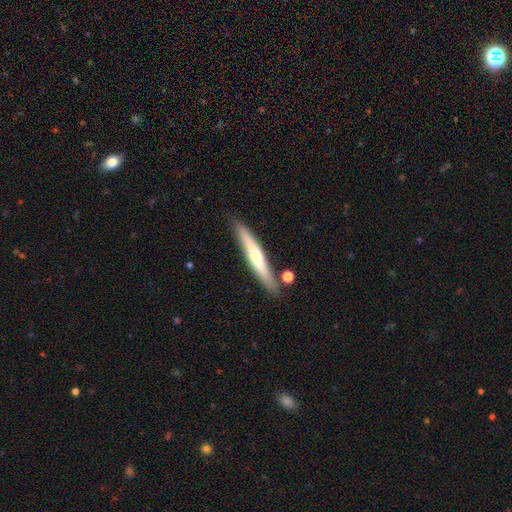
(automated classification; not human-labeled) Smooth or featured: smooth — 49% (featured or disk — 45%)
Merging: none — 82% (minor disturbance — 11%)